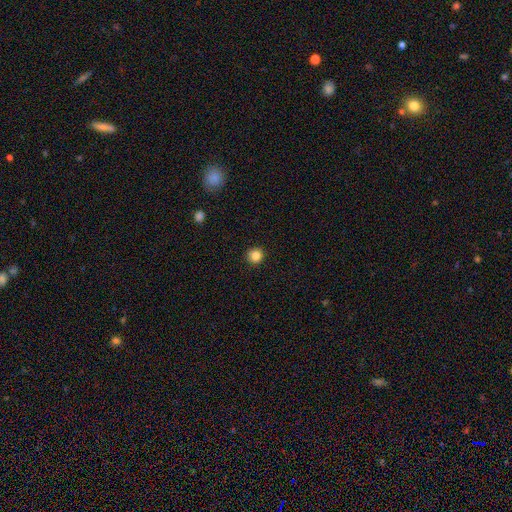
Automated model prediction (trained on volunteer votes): Smooth or featured?
  - smooth: 85% *
  - star or artifact: 11%
  - featured or disk: 4%
How rounded?
  - round: 93% *
  - in between: 6%
  - cigar-shaped: 1%
Merging?
  - none: 91% *
  - minor disturbance: 6%
  - major disturbance: 2%
  - merger: 1%